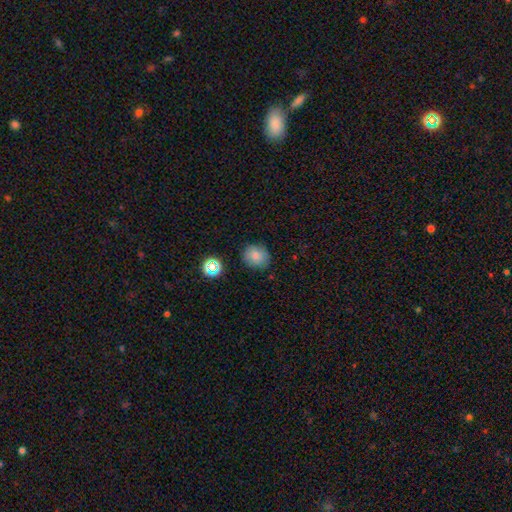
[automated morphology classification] smooth-or-featured: smooth: 79% | star or artifact: 12% | featured or disk: 8%
  how-rounded: round: 74% | in between: 25% | cigar-shaped: 1%
  merging: none: 82% | minor disturbance: 12% | major disturbance: 3% | merger: 3%